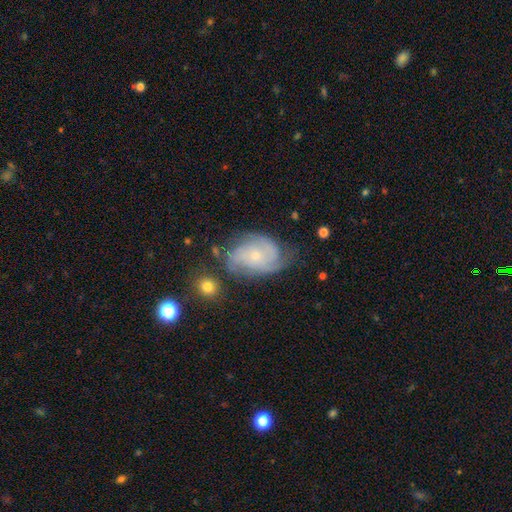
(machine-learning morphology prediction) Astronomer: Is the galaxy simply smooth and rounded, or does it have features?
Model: featured or disk — 77%.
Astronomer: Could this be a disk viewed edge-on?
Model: no — 97%.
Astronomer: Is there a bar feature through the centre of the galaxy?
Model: no — 77%.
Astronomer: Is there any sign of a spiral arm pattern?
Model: yes — 93%.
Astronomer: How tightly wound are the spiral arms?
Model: tight — 51% (runner-up: medium, 36%).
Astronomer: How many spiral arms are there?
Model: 3 — 30% (runner-up: can't tell, 29%).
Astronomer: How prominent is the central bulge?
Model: small — 74%.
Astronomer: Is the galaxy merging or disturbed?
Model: none — 58%.